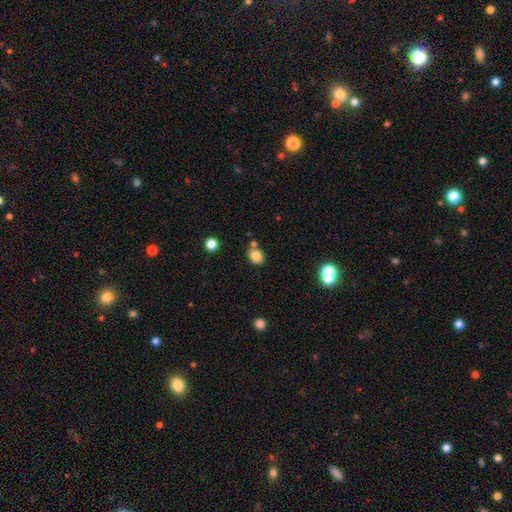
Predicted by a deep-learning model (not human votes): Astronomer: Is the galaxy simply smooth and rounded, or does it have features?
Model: smooth — 81%.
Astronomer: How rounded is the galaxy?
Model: in between — 61% (runner-up: round, 38%).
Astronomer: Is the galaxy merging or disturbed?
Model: none — 69%.